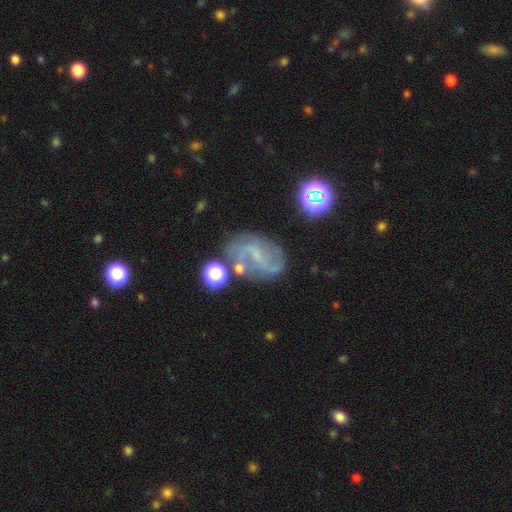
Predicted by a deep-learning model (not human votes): Smooth or featured: featured or disk — 73% (smooth — 15%)
Edge-on disk: no — 96% (yes — 4%)
Bar: weak — 48% (strong — 29%)
Spiral arms: yes — 85% (no — 15%)
Spiral winding: loose — 46% (medium — 39%)
Spiral arm count: 2 — 80% (can't tell — 12%)
Bulge size: small — 66% (none — 22%)
Merging: none — 65% (minor disturbance — 18%)